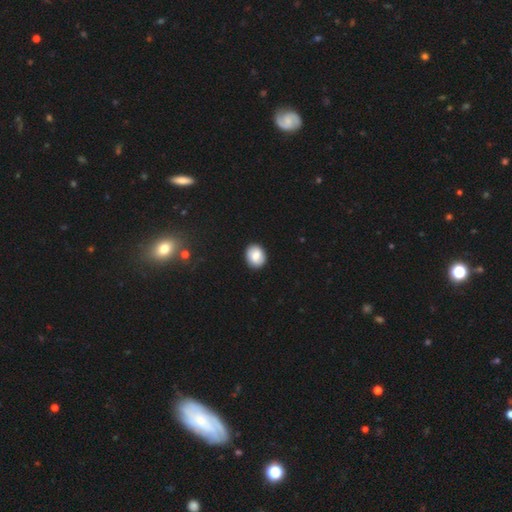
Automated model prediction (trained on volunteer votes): This is likely a smooth galaxy (76%). How rounded: possibly round (58%). Merging: clearly none (89%).